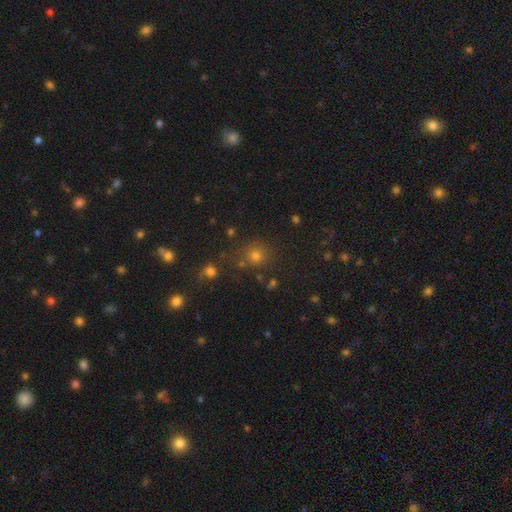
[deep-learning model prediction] smooth 66%, star or artifact 28%, featured or disk 7%. Down the decision tree: how rounded — round (90%); merging — none (77%).